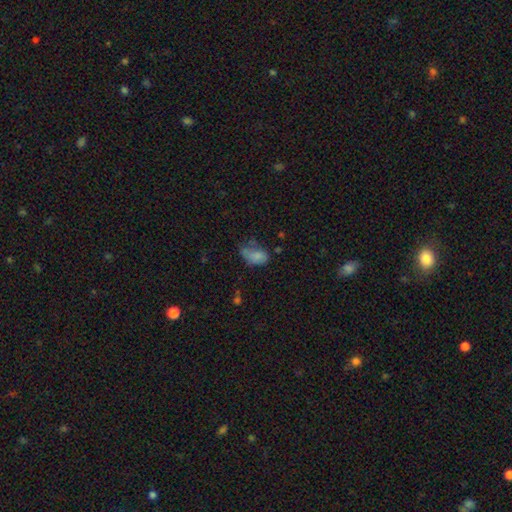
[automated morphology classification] Smooth or featured? smooth (74%)
How rounded? in between (86%)
Merging? minor disturbance (35%)